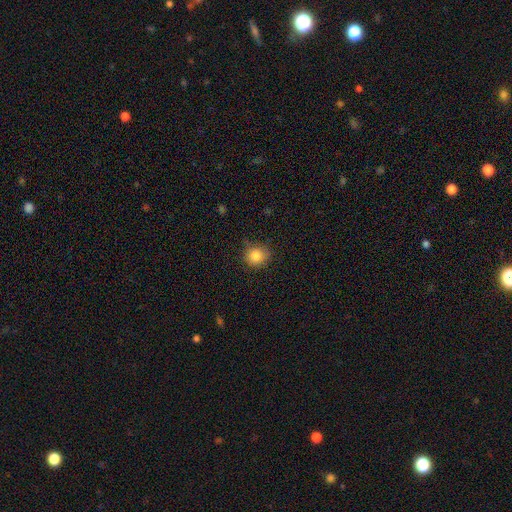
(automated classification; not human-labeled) This is clearly a smooth galaxy (85%). How rounded: clearly round (87%). Merging: likely none (76%).